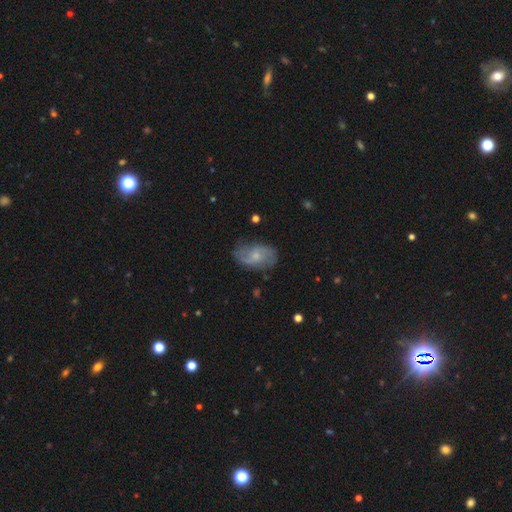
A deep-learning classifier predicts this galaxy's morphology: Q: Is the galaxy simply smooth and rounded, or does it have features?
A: featured or disk — 66%.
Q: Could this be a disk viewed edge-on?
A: no — 97%.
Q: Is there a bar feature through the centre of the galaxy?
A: no — 58%.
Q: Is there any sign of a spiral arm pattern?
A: yes — 88%.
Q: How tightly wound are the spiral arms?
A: loose — 44%.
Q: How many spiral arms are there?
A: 2 — 79%.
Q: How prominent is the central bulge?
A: small — 60%.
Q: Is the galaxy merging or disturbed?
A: none — 68%.